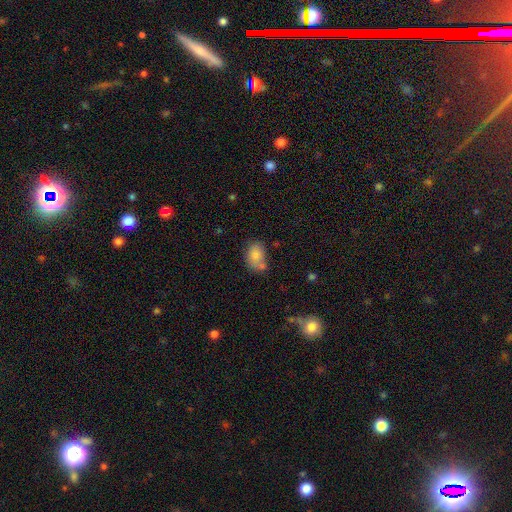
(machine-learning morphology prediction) smooth_or_featured: smooth (p=0.80) [alt: featured or disk p=0.11]
how_rounded: in between (p=0.75) [alt: round p=0.24]
merging: none (p=0.49) [alt: merger p=0.25]